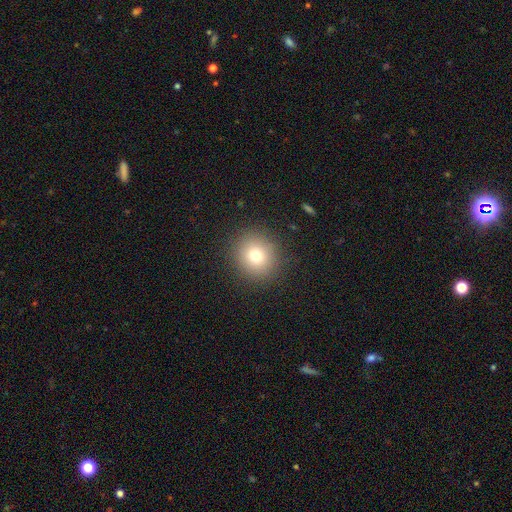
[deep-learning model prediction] A smooth galaxy with no disk features (74%) that is round (90%).

Vote fractions:
- Smooth or featured? smooth: 74% / star or artifact: 14% / featured or disk: 11%
- How rounded? round: 90% / in between: 9% / cigar-shaped: 1%
- Merging? none: 89% / minor disturbance: 7% / major disturbance: 3% / merger: 1%